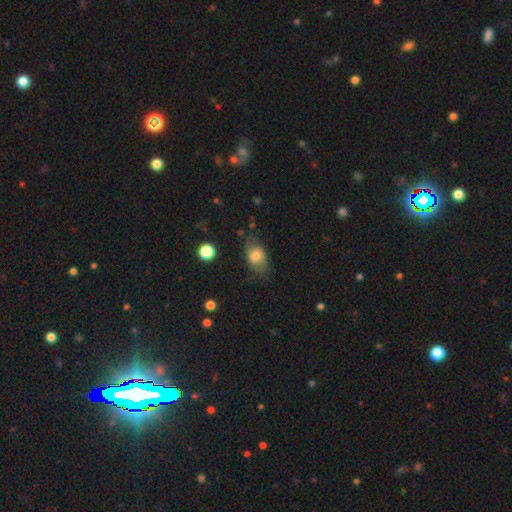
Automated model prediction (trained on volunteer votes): This appears to be a smooth galaxy with no disk features (68%) that is in between round and cigar-shaped (80%). Merging: none (64%).